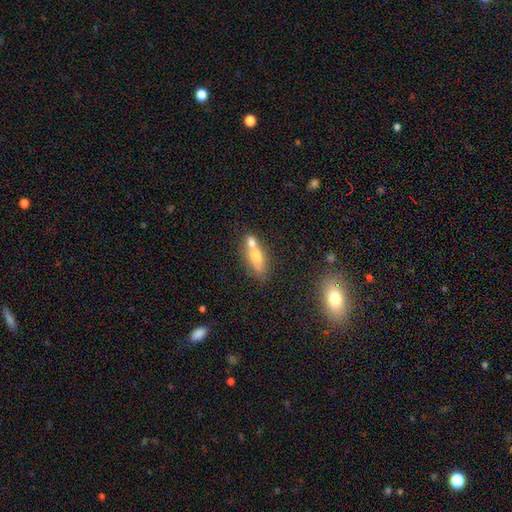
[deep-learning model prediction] smooth 62%, featured or disk 29%, star or artifact 9%. Down the decision tree: how rounded — in between (65%); merging — merger (52%).